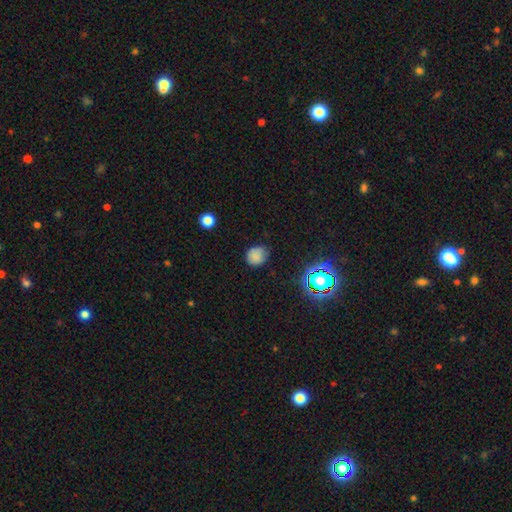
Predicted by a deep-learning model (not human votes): This is likely a smooth galaxy (79%). How rounded: likely round (74%). Merging: likely none (73%).